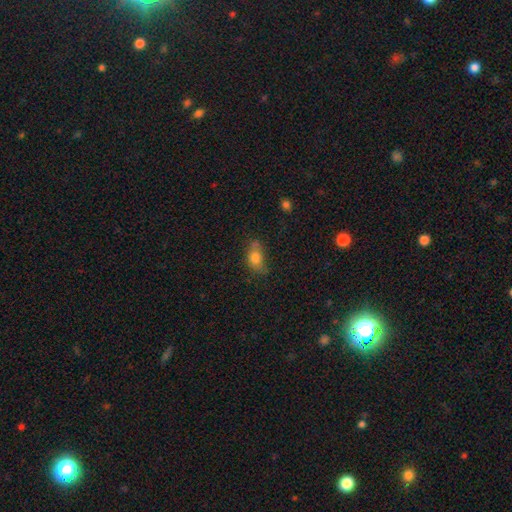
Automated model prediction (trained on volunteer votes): Smooth or featured? Predicted: smooth (p=0.72). How rounded? Predicted: in between (p=0.75). Merging? Predicted: none (p=0.55).